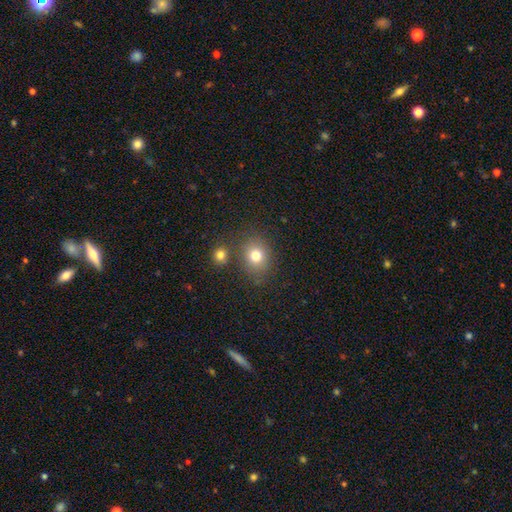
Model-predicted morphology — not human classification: smooth 78%, star or artifact 13%, featured or disk 9%. Down the decision tree: how rounded — round (69%); merging — none (76%).